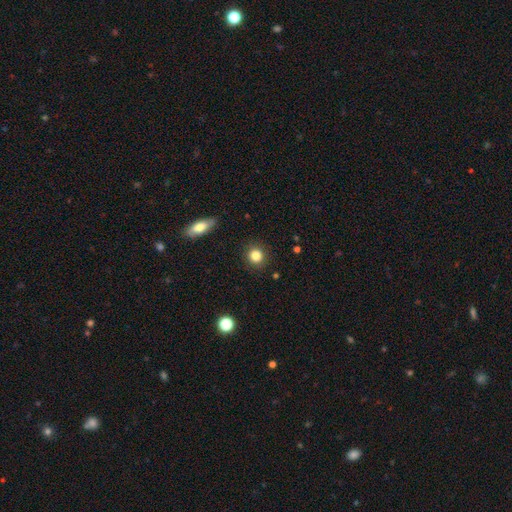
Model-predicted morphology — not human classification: type=smooth (84%); roundness=round (88%); merging=none (89%).